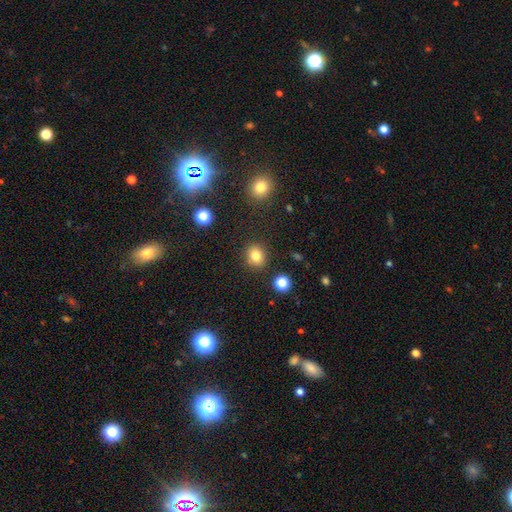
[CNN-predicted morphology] This is clearly a smooth galaxy (82%). How rounded: likely round (72%). Merging: clearly none (88%).